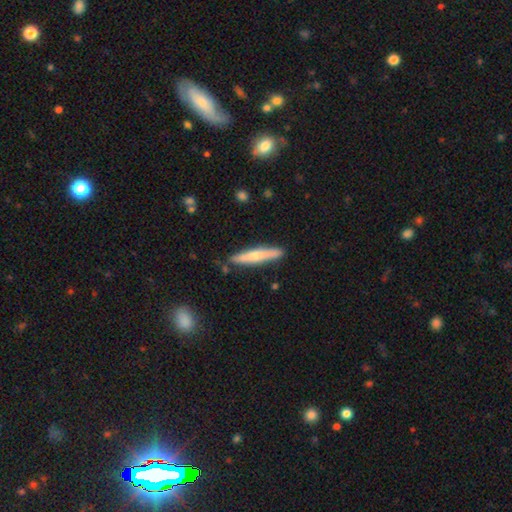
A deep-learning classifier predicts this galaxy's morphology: This is possibly a smooth galaxy (56%). How rounded: clearly cigar-shaped (92%). Merging: clearly none (86%).